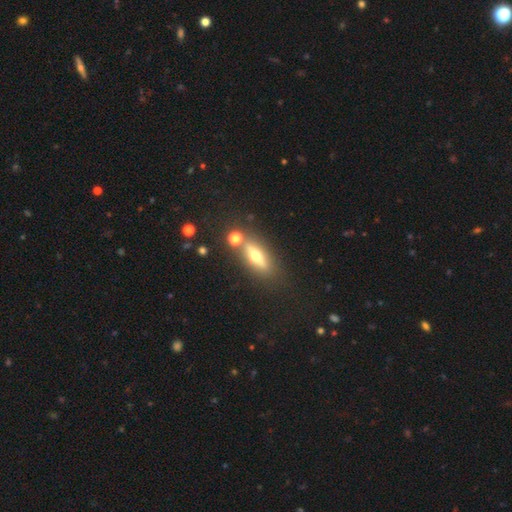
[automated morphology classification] This is possibly a featured or disk galaxy (48%). Merging: likely none (76%).